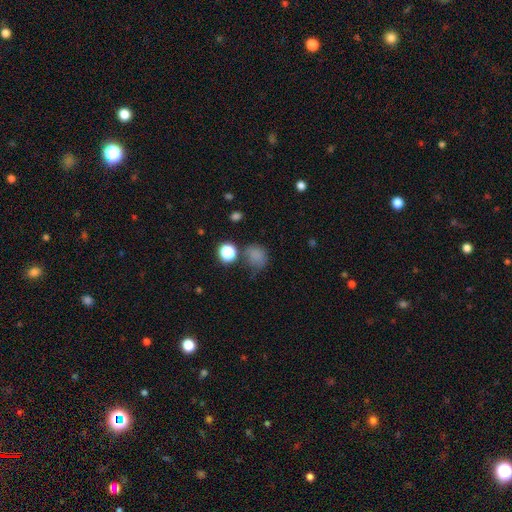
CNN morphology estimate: Smooth or featured?
  - smooth: 75% *
  - star or artifact: 19%
  - featured or disk: 6%
How rounded?
  - round: 71% *
  - in between: 28%
  - cigar-shaped: 1%
Merging?
  - none: 61% *
  - minor disturbance: 23%
  - major disturbance: 10%
  - merger: 7%